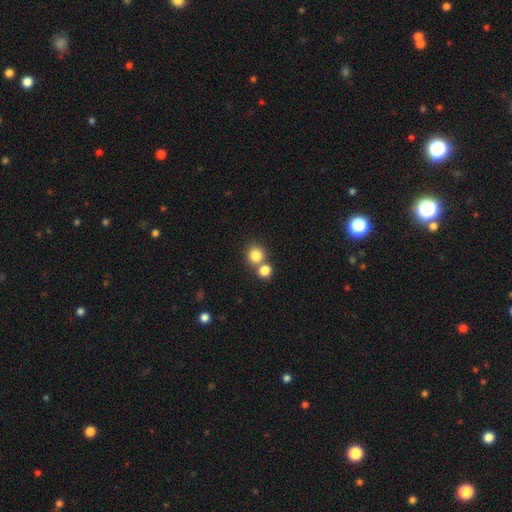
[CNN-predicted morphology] Overall: smooth (80%). How rounded: round (90%). Merging: none (58%; merger 34%).